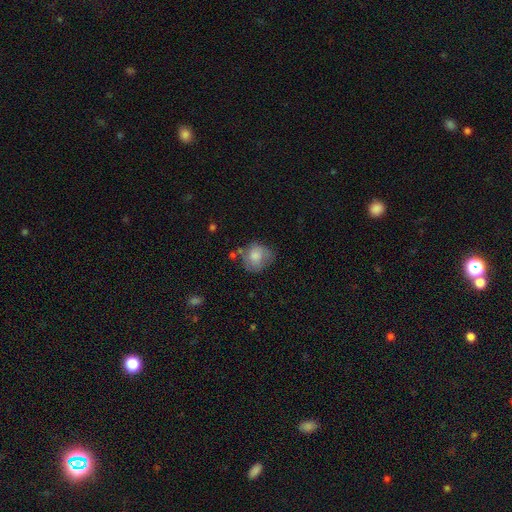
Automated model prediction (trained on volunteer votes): Smooth or featured? smooth (73%)
How rounded? round (73%)
Merging? none (49%)